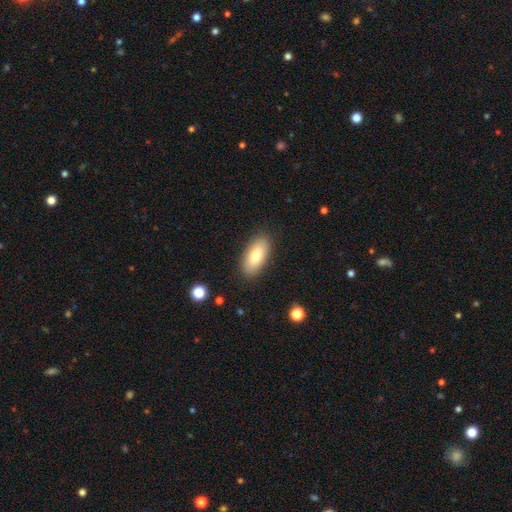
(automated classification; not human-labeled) Smooth or featured: smooth — 78% (featured or disk — 16%)
How rounded: in between — 89% (cigar-shaped — 8%)
Merging: none — 87% (minor disturbance — 10%)